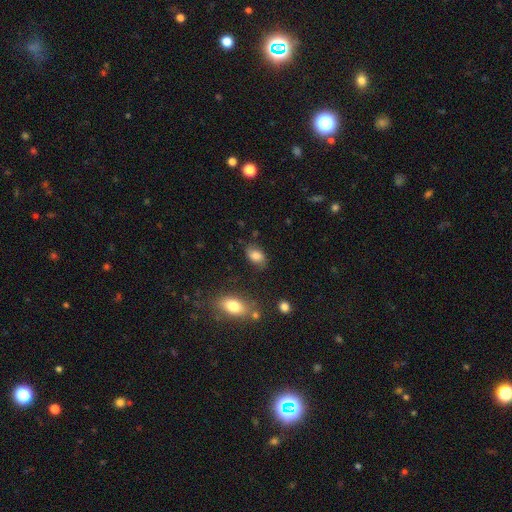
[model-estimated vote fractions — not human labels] Smooth or featured: smooth — 75% (featured or disk — 16%)
How rounded: in between — 86% (round — 12%)
Merging: none — 72% (minor disturbance — 20%)